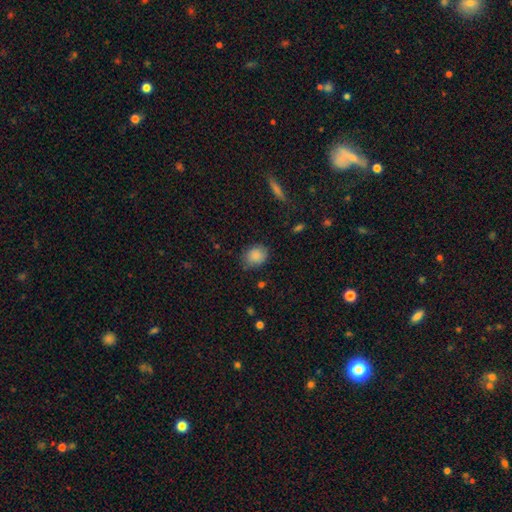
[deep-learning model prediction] smooth-or-featured: smooth: 86% | star or artifact: 8% | featured or disk: 6%
  how-rounded: round: 63% | in between: 36% | cigar-shaped: 1%
  merging: none: 77% | minor disturbance: 18% | major disturbance: 4% | merger: 1%